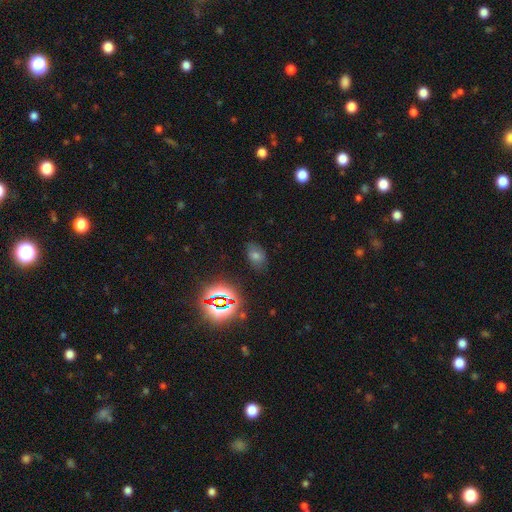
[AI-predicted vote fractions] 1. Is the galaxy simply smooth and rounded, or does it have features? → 47% smooth, 40% star or artifact, 13% featured or disk.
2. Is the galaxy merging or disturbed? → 81% none, 13% minor disturbance, 4% major disturbance, 2% merger.